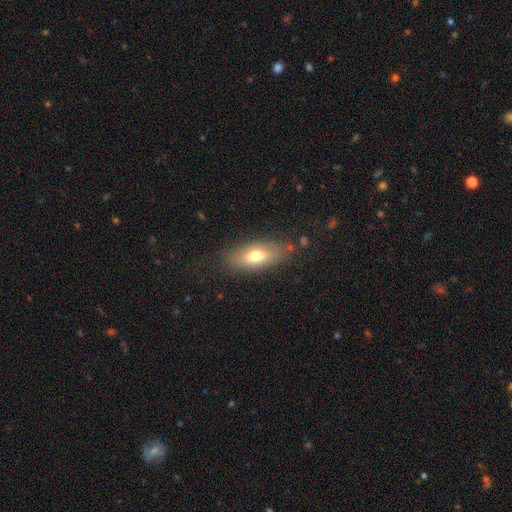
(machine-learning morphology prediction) Smooth or featured? smooth (69%)
How rounded? in between (78%)
Merging? none (79%)